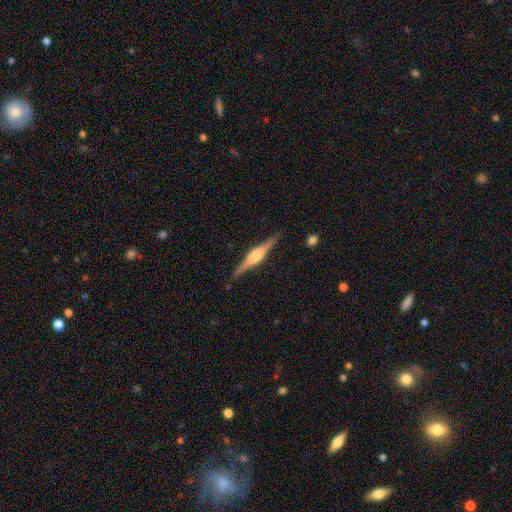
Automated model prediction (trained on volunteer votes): A featured or disk galaxy (81%) viewed edge-on (98%) with a rounded central bulge (80%).

Vote fractions:
- Smooth or featured? featured or disk: 81% / smooth: 14% / star or artifact: 5%
- Edge-on disk? yes: 98% / no: 2%
- Edge-on bulge? rounded: 80% / boxy: 18% / none: 3%
- Merging? none: 89% / minor disturbance: 8% / major disturbance: 2% / merger: 1%